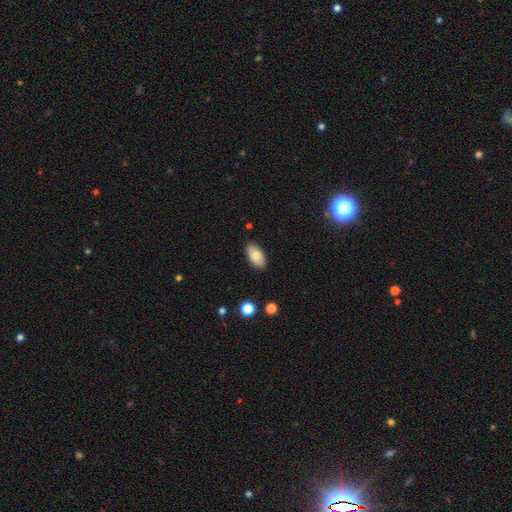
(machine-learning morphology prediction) Q: Smooth or featured?
A: smooth (82%); runner-up: featured or disk (11%)
Q: How rounded?
A: in between (94%); runner-up: cigar-shaped (3%)
Q: Merging?
A: none (87%); runner-up: minor disturbance (9%)